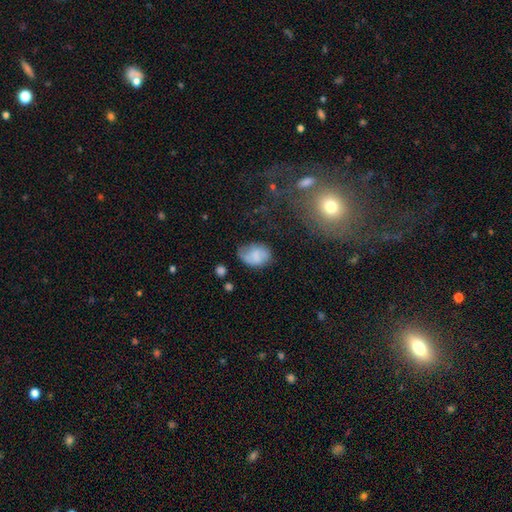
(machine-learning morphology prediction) A smooth galaxy with no disk features (70%) that is in between round and cigar-shaped (74%). Merging: none (54%).